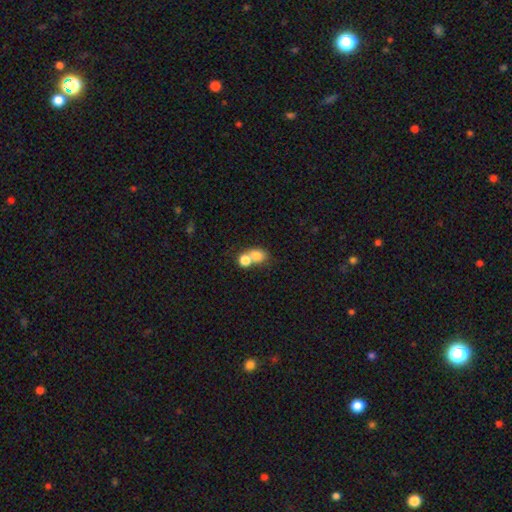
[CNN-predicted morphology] The model was most divided on "how rounded": round: 62%, in between: 37%, cigar-shaped: 1%. More confident: smooth or featured — smooth (76%); merging — merger (59%).